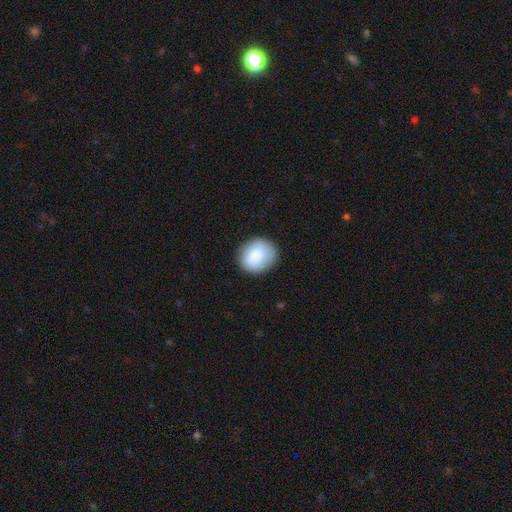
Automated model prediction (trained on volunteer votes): Smooth or featured: smooth — 80% (featured or disk — 13%)
How rounded: round — 66% (in between — 33%)
Merging: none — 82% (minor disturbance — 13%)